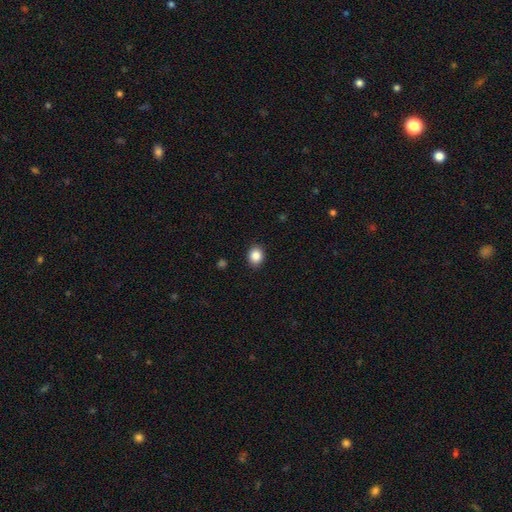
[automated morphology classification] This appears to be a smooth galaxy with no disk features (86%) that is round (63%). Merging: none (90%).